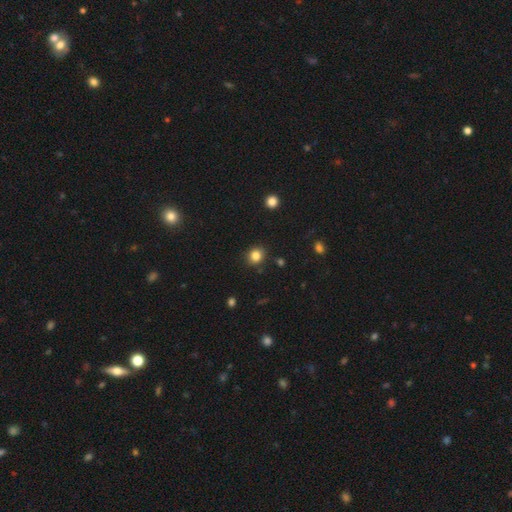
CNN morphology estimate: smooth 83%, star or artifact 12%, featured or disk 5%. Down the decision tree: how rounded — round (77%); merging — none (86%).